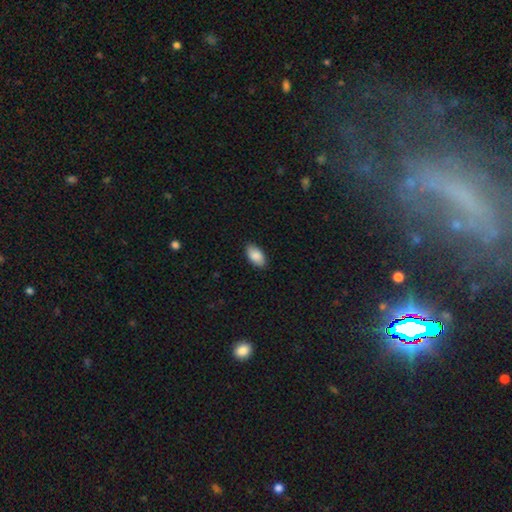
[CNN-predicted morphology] A smooth galaxy with no disk features (89%) that is in between round and cigar-shaped (94%). Merging: none (88%).